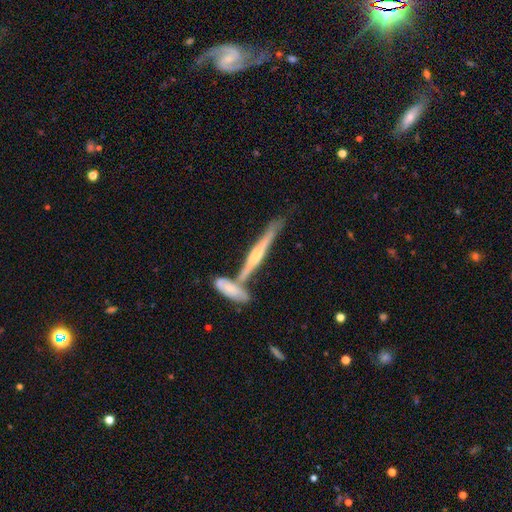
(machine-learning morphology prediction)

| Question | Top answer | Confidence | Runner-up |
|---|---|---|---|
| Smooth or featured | featured or disk | 73% | smooth (21%) |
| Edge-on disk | yes | 96% | no (4%) |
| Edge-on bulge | rounded | 76% | none (15%) |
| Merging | none | 59% | merger (24%) |